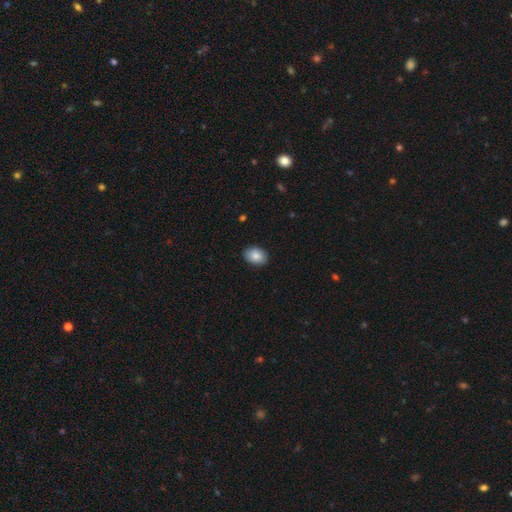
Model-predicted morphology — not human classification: Overall: smooth (86%). How rounded: in between (76%). Merging: none (89%).